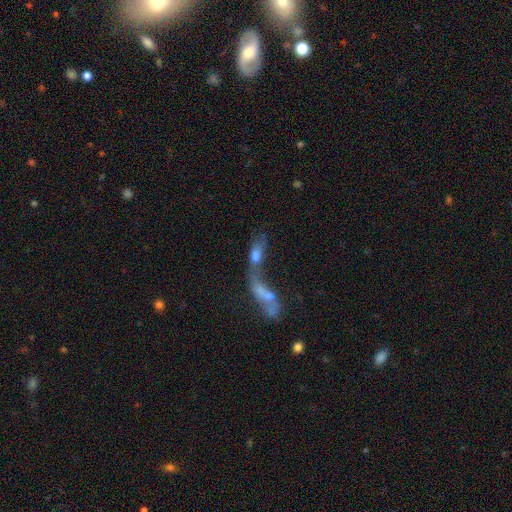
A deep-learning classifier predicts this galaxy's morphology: smooth-or-featured: smooth: 48% | featured or disk: 38% | star or artifact: 14%
  merging: merger: 73% | none: 12% | major disturbance: 10% | minor disturbance: 5%